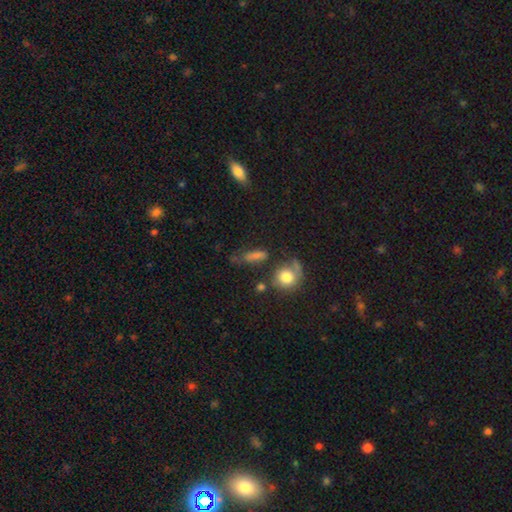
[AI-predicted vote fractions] Smooth or featured?
  - smooth: 69% *
  - featured or disk: 17%
  - star or artifact: 14%
How rounded?
  - in between: 46% *
  - cigar-shaped: 40%
  - round: 14%
Merging?
  - none: 52% *
  - minor disturbance: 24%
  - major disturbance: 14%
  - merger: 10%